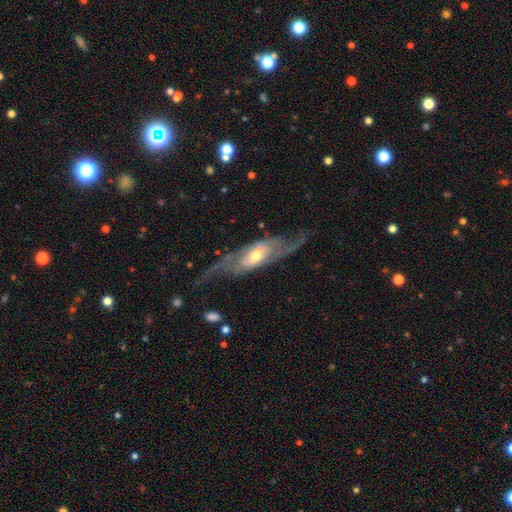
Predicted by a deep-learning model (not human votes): Morphology: type=featured or disk (82%); edge-on=no (83%); bar=no (45%); spiral arms=yes (88%); winding=loose (61%); arm count=2 (86%); bulge=moderate (62%); merging=none (56%).